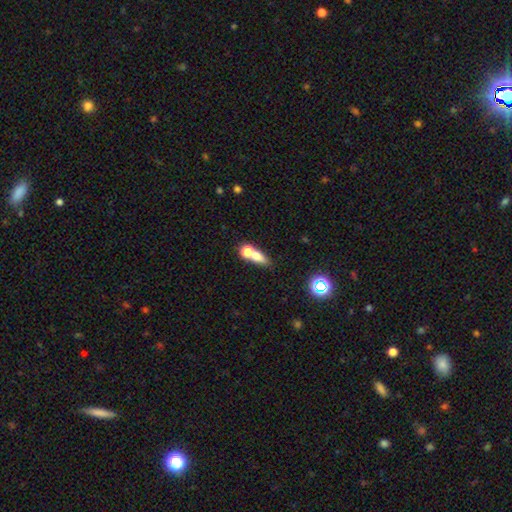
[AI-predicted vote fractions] This appears to be a smooth galaxy with no disk features (66%) that is in between round and cigar-shaped (48%). Merging: merger (51%).